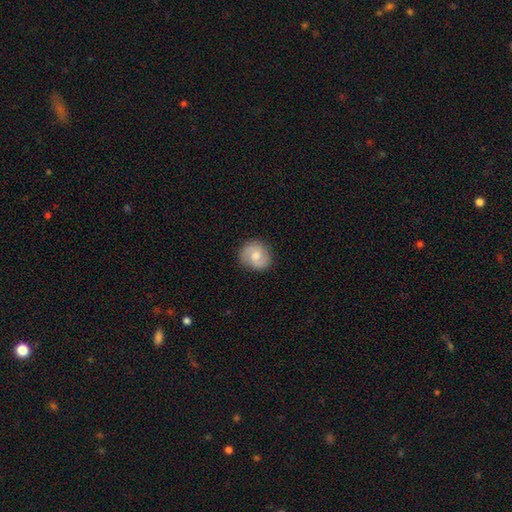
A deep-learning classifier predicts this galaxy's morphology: type=smooth (50%); merging=none (81%).